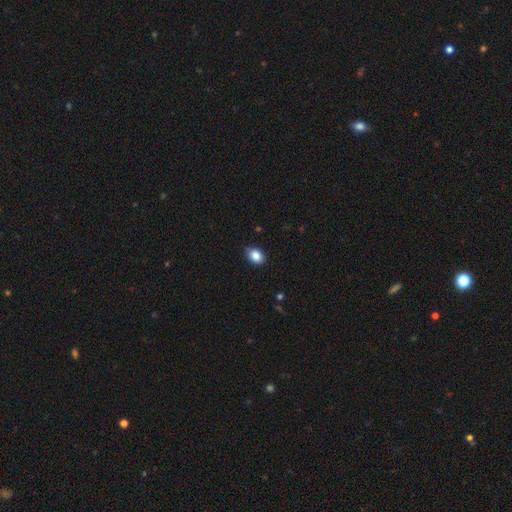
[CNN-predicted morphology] Smooth or featured? smooth (87%)
How rounded? in between (68%)
Merging? none (83%)